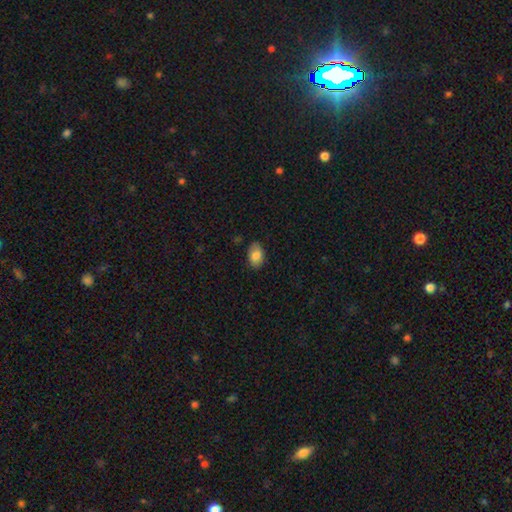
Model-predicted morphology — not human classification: smooth-or-featured: smooth: 82% | featured or disk: 11% | star or artifact: 7%
  how-rounded: in between: 89% | round: 10% | cigar-shaped: 1%
  merging: none: 82% | minor disturbance: 14% | major disturbance: 3% | merger: 1%